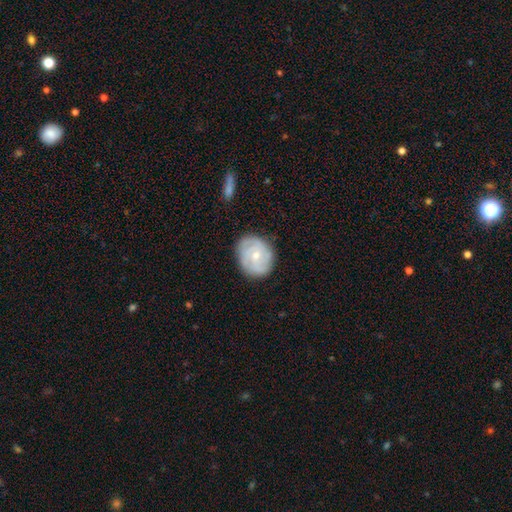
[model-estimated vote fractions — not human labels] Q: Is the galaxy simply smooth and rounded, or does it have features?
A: featured or disk — 66%.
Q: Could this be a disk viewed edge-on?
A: no — 97%.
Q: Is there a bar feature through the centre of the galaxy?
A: no — 71%.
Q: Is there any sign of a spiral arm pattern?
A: yes — 88%.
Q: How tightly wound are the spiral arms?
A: tight — 58%.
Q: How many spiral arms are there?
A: can't tell — 32%.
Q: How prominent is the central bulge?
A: small — 60%.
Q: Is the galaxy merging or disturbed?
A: none — 80%.